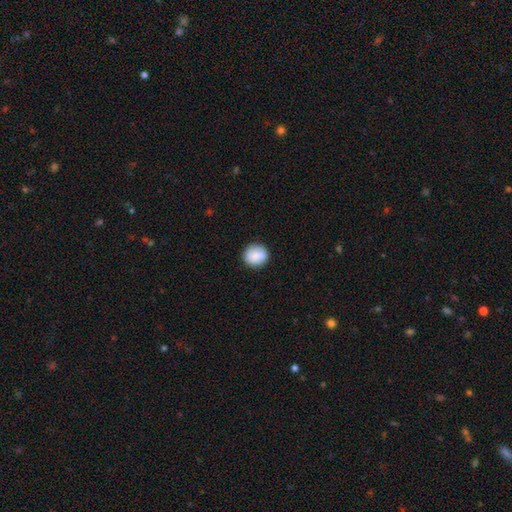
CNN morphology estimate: Q: Smooth or featured?
A: smooth (87%); runner-up: star or artifact (7%)
Q: How rounded?
A: round (88%); runner-up: in between (11%)
Q: Merging?
A: none (87%); runner-up: minor disturbance (10%)